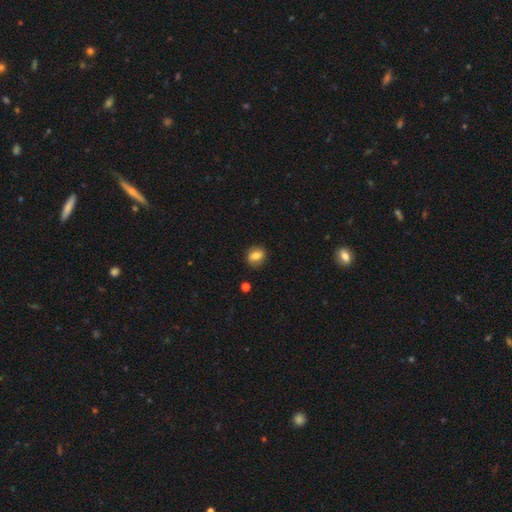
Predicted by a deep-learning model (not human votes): The model was most divided on "how rounded": round: 56%, in between: 43%, cigar-shaped: 2%. More confident: merging — none (82%); smooth or featured — smooth (75%).